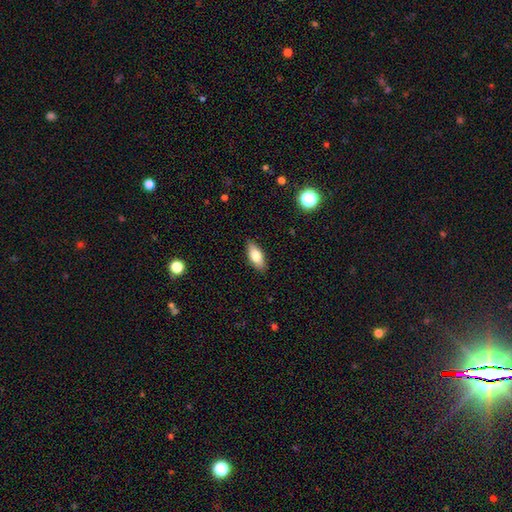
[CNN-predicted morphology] Smooth or featured: smooth — 77% (featured or disk — 16%)
How rounded: in between — 82% (cigar-shaped — 14%)
Merging: none — 87% (minor disturbance — 10%)